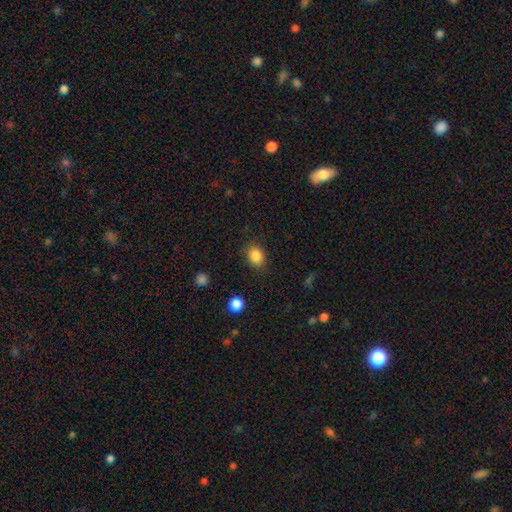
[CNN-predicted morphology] A smooth galaxy with no disk features (86%) that is in between round and cigar-shaped (53%). Merging: none (84%).